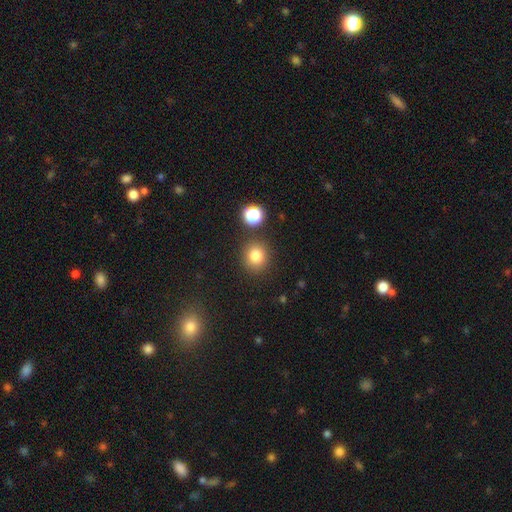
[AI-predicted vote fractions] This is clearly a smooth galaxy (81%). How rounded: clearly round (85%). Merging: clearly none (84%).